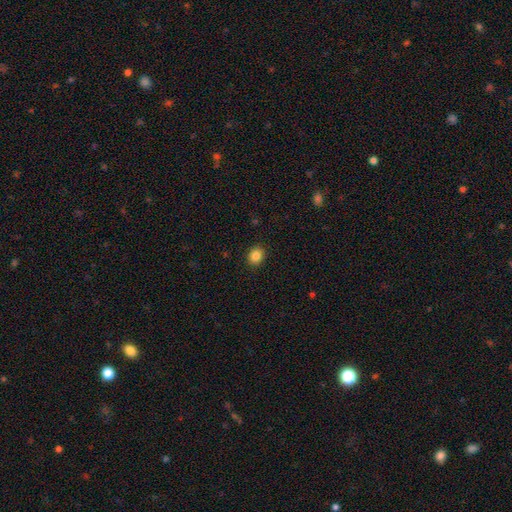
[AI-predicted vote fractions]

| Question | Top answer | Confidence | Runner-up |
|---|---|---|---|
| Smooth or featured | smooth | 86% | star or artifact (10%) |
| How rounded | round | 63% | in between (36%) |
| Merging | none | 90% | minor disturbance (7%) |